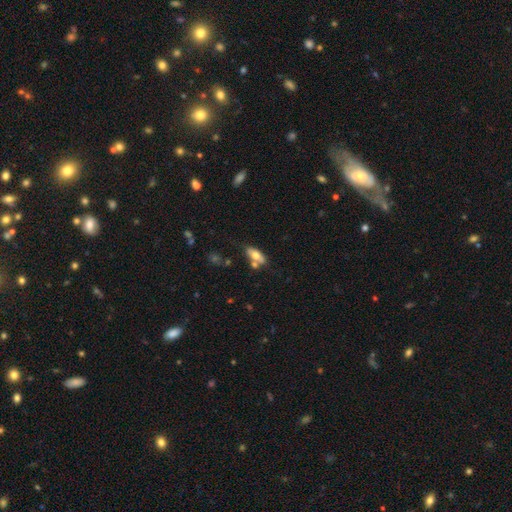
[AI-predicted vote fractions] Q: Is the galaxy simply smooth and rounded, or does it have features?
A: smooth — 61%.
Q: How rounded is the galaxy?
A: in between — 78%.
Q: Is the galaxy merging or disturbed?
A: none — 52%.